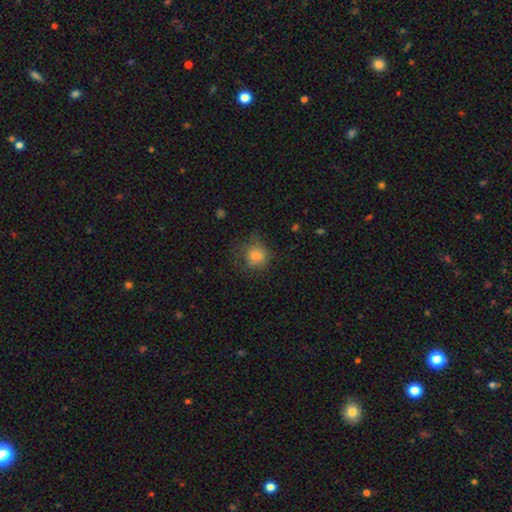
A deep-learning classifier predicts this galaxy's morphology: smooth 77%, star or artifact 12%, featured or disk 11%. Down the decision tree: how rounded — round (76%); merging — none (58%).